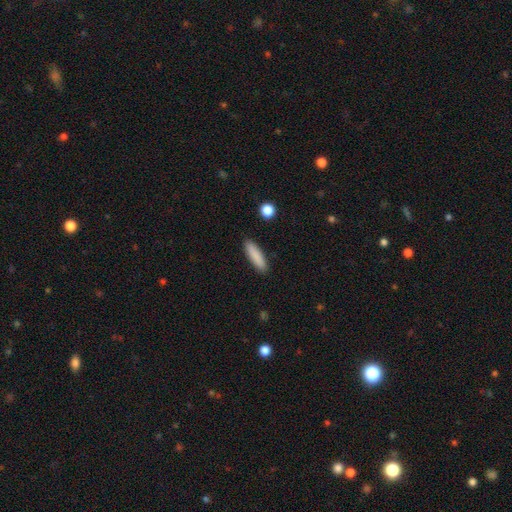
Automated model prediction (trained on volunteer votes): This appears to be a smooth galaxy with no disk features (87%) that is cigar-shaped (71%). Merging: none (89%).